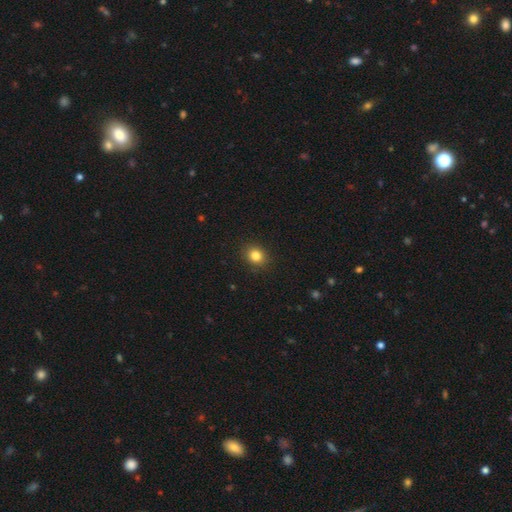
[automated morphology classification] A smooth galaxy with no disk features (83%) that is round (72%).

Vote fractions:
- Smooth or featured? smooth: 83% / star or artifact: 12% / featured or disk: 5%
- How rounded? round: 72% / in between: 27% / cigar-shaped: 1%
- Merging? none: 90% / minor disturbance: 7% / major disturbance: 2% / merger: 1%